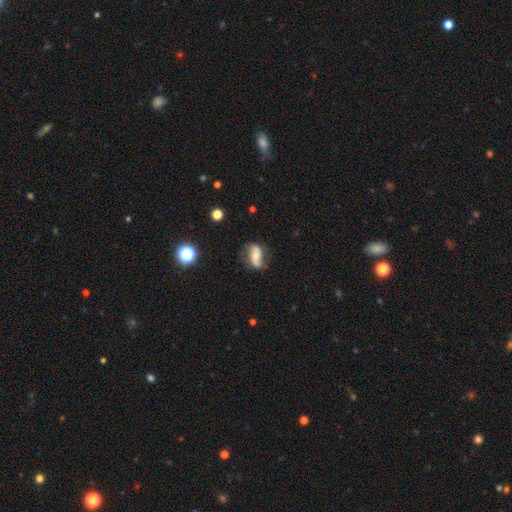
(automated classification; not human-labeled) smooth_or_featured: featured or disk (p=0.64) [alt: smooth p=0.28]
disk_edge_on: no (p=0.92) [alt: yes p=0.08]
bar: no (p=0.41) [alt: strong p=0.33]
has_spiral_arms: yes (p=0.83) [alt: no p=0.17]
bulge_size: moderate (p=0.54) [alt: small p=0.37]
merging: none (p=0.71) [alt: minor disturbance p=0.20]